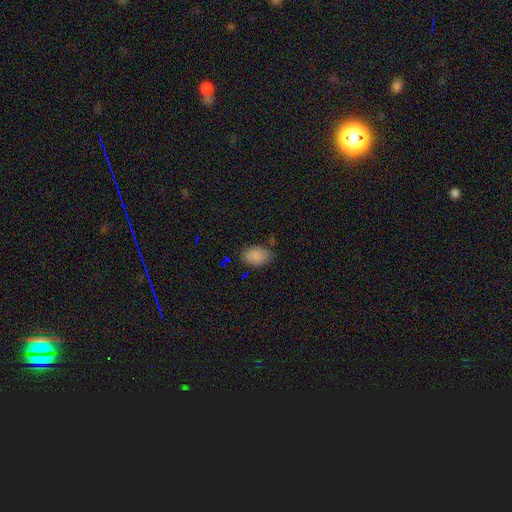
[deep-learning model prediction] This is clearly a smooth galaxy (87%). How rounded: clearly in between (88%). Merging: likely none (76%).